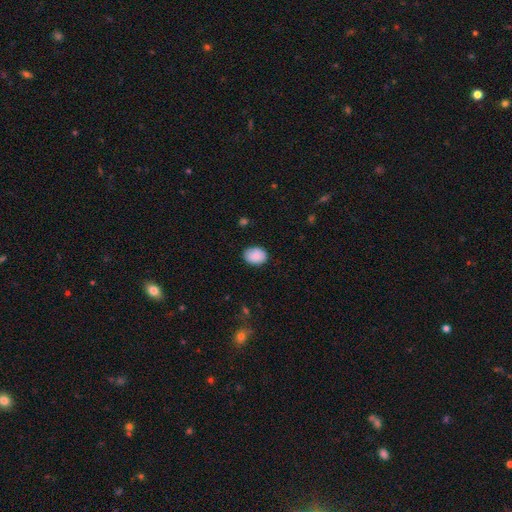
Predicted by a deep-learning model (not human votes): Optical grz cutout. It shows a smooth galaxy with no disk features (90%) that is in between round and cigar-shaped (72%). Merging: none (84%).